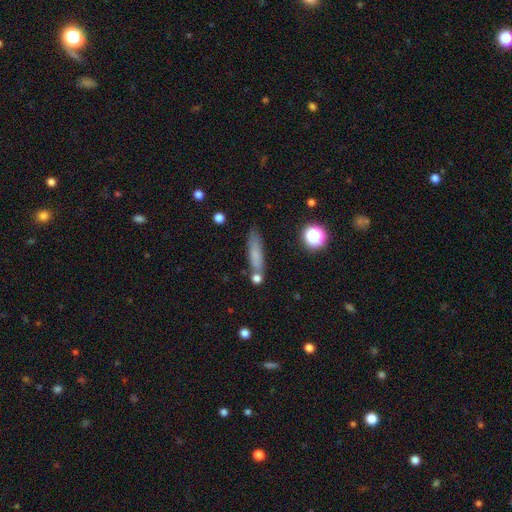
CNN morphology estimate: Smooth or featured?
  - smooth: 70% *
  - featured or disk: 18%
  - star or artifact: 11%
How rounded?
  - cigar-shaped: 76% *
  - in between: 21%
  - round: 3%
Merging?
  - none: 69% *
  - minor disturbance: 16%
  - merger: 10%
  - major disturbance: 5%